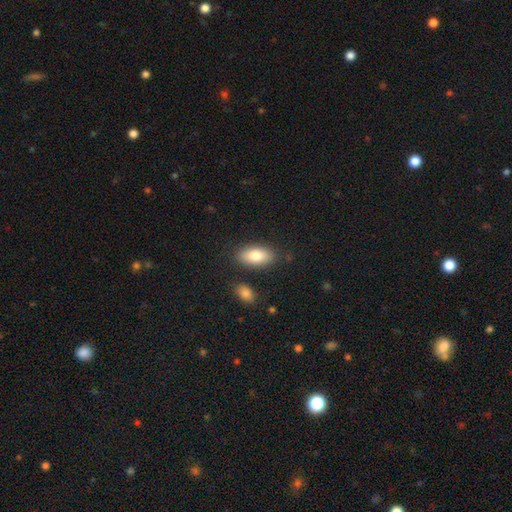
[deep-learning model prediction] smooth-or-featured: smooth: 82% | featured or disk: 12% | star or artifact: 6%
  how-rounded: in between: 91% | cigar-shaped: 6% | round: 3%
  merging: none: 83% | minor disturbance: 11% | merger: 4% | major disturbance: 3%